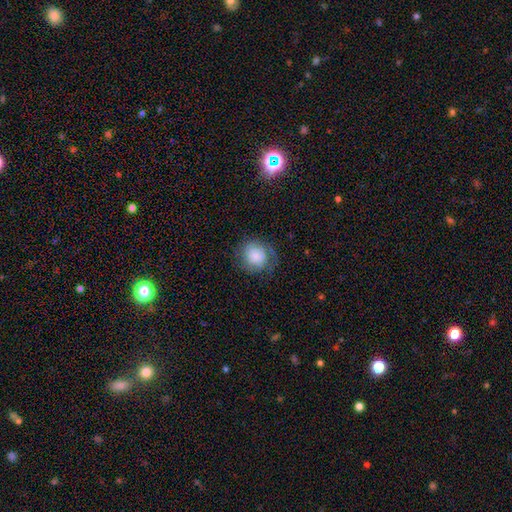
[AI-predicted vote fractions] smooth-or-featured: smooth: 69% | featured or disk: 22% | star or artifact: 8%
  how-rounded: round: 82% | in between: 17% | cigar-shaped: 1%
  merging: none: 66% | minor disturbance: 21% | major disturbance: 12% | merger: 1%